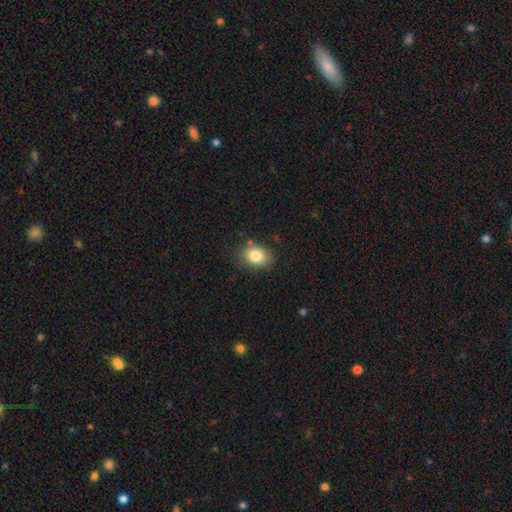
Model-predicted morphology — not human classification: Smooth or featured?
  - smooth: 82% *
  - star or artifact: 9%
  - featured or disk: 9%
How rounded?
  - in between: 65% *
  - round: 34%
  - cigar-shaped: 1%
Merging?
  - none: 80% *
  - minor disturbance: 13%
  - major disturbance: 3%
  - merger: 3%